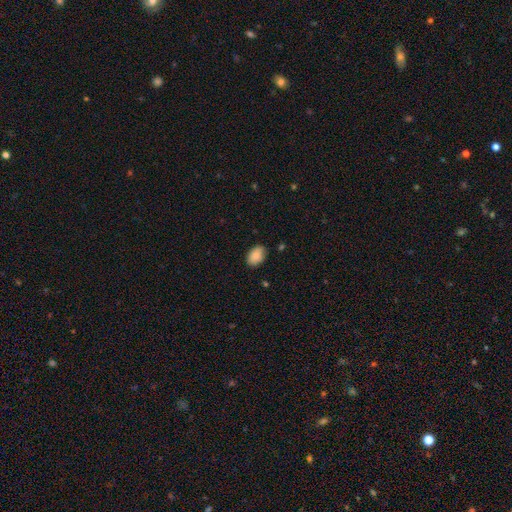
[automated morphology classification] This appears to be a smooth galaxy with no disk features (88%) that is in between round and cigar-shaped (88%). Merging: none (81%).